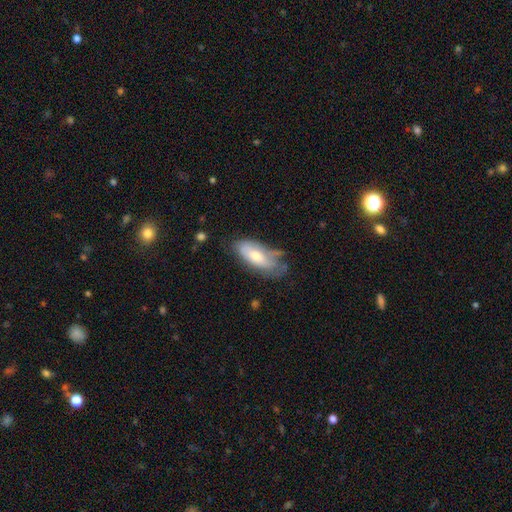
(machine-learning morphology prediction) Smooth or featured? Predicted: smooth (p=0.55). How rounded? Predicted: in between (p=0.81). Merging? Predicted: none (p=0.44).